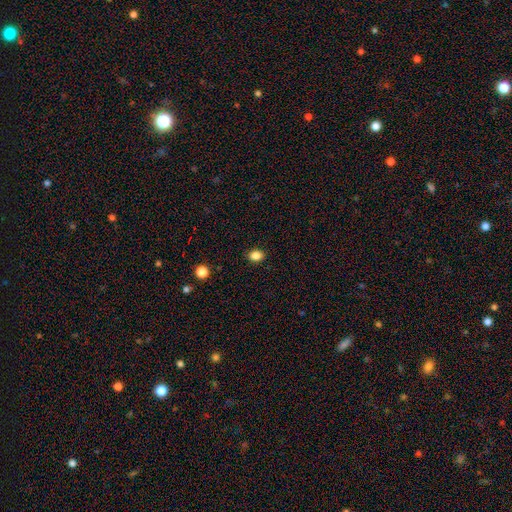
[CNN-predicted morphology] This is clearly a smooth galaxy (85%). How rounded: possibly in between (57%). Merging: clearly none (90%).